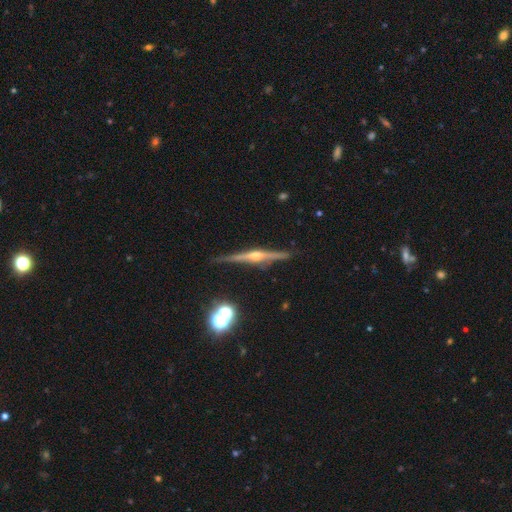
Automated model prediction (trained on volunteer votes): The model was most divided on "smooth or featured": featured or disk: 82%, smooth: 10%, star or artifact: 8%. More confident: edge-on disk — yes (98%); edge-on bulge — rounded (92%); merging — none (88%).